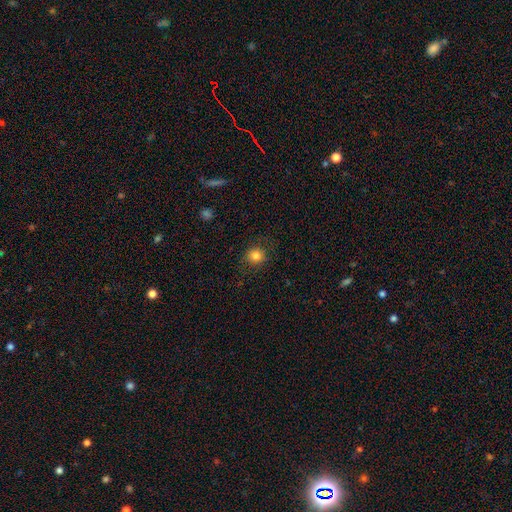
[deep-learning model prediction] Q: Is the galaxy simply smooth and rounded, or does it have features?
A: smooth — 83%.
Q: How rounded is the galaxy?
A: round — 86%.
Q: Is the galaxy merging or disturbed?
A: none — 85%.